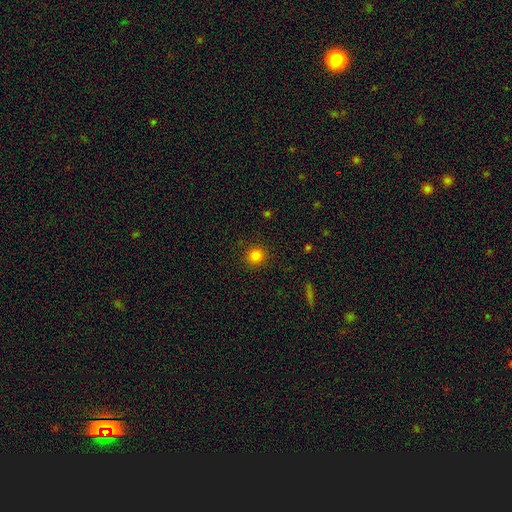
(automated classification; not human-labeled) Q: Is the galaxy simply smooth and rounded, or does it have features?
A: smooth — 82%.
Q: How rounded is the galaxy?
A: round — 91%.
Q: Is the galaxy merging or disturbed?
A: none — 91%.